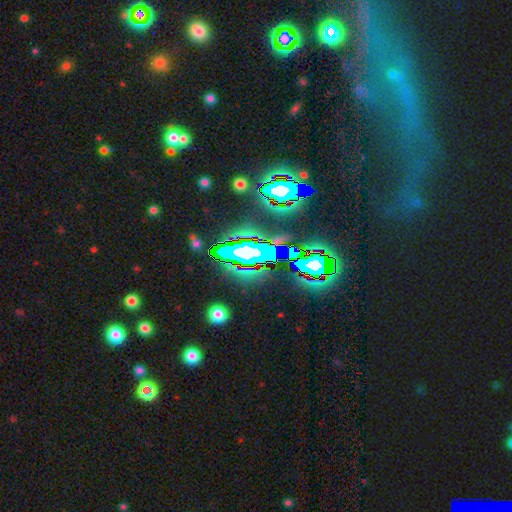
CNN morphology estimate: smooth-or-featured: star or artifact: 67% | featured or disk: 18% | smooth: 15%